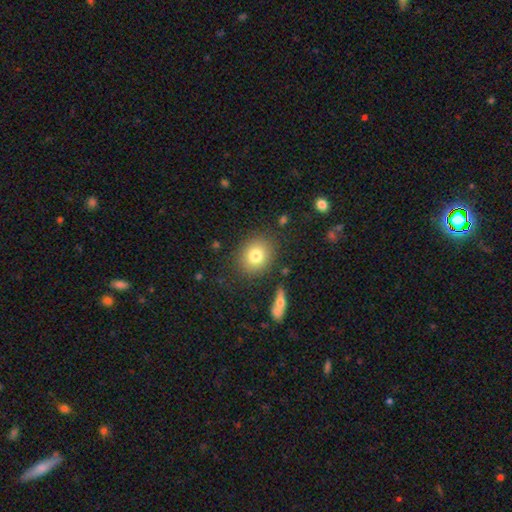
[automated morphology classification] Smooth or featured?
  - smooth: 78% *
  - featured or disk: 11%
  - star or artifact: 10%
How rounded?
  - round: 67% *
  - in between: 32%
  - cigar-shaped: 1%
Merging?
  - none: 83% *
  - minor disturbance: 10%
  - major disturbance: 4%
  - merger: 3%